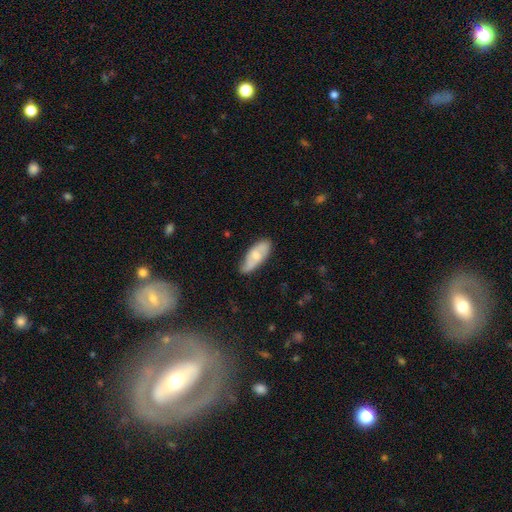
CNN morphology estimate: A smooth galaxy with no disk features (57%) that is in between round and cigar-shaped (79%).

Vote fractions:
- Smooth or featured? smooth: 57% / featured or disk: 36% / star or artifact: 6%
- How rounded? in between: 79% / cigar-shaped: 18% / round: 2%
- Merging? none: 73% / minor disturbance: 22% / major disturbance: 4% / merger: 2%